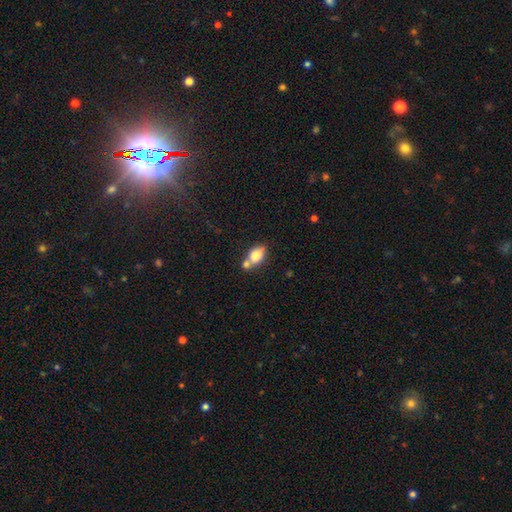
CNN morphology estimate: Overall: smooth (79%). How rounded: in between (82%). Merging: none (41%, tied with merger).